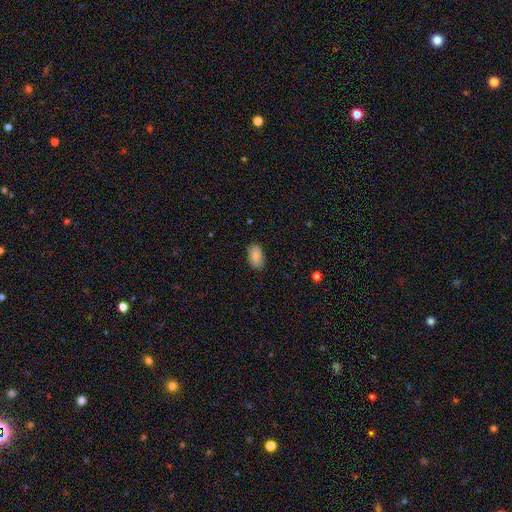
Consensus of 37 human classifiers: smooth_or_featured: smooth (p=0.92) [alt: star or artifact p=0.05]
how_rounded: in between (p=0.94) [alt: round p=0.03]
merging: none (p=0.89) [alt: minor disturbance p=0.11]